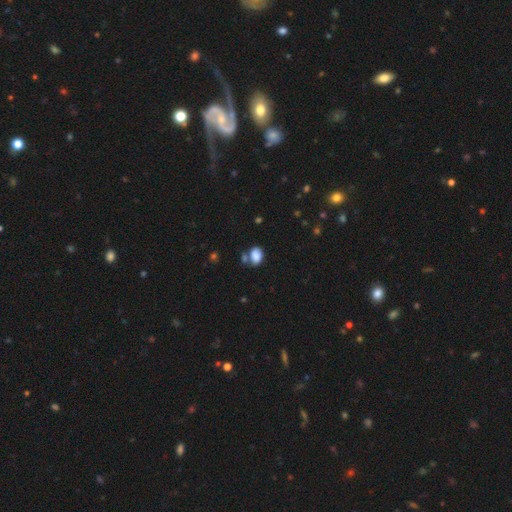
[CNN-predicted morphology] A smooth galaxy with no disk features (84%) that is in between round and cigar-shaped (78%). Merging: none (50%).